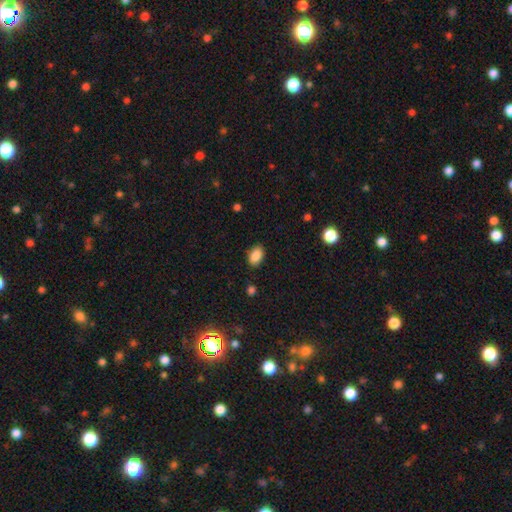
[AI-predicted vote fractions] A smooth galaxy with no disk features (88%) that is in between round and cigar-shaped (87%).

Vote fractions:
- Smooth or featured? smooth: 88% / star or artifact: 8% / featured or disk: 4%
- How rounded? in between: 87% / round: 12% / cigar-shaped: 1%
- Merging? none: 86% / minor disturbance: 11% / major disturbance: 3% / merger: 1%